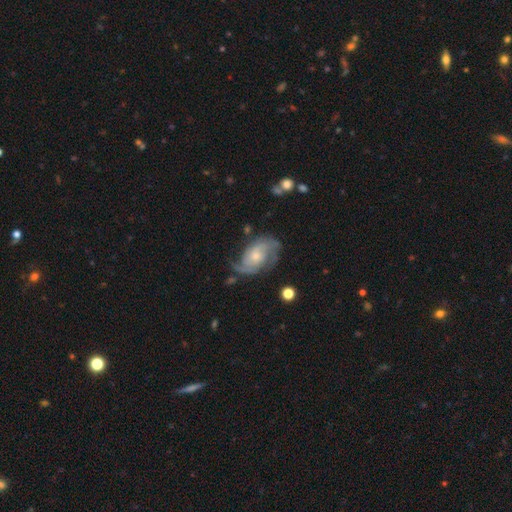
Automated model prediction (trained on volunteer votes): Smooth or featured?
  - featured or disk: 84% *
  - smooth: 10%
  - star or artifact: 6%
Edge-on disk?
  - no: 97% *
  - yes: 3%
Bar?
  - no: 66% *
  - weak: 28%
  - strong: 5%
Spiral arms?
  - yes: 95% *
  - no: 5%
Spiral winding?
  - medium: 46% *
  - tight: 27%
  - loose: 26%
Spiral arm count?
  - 2: 80% *
  - can't tell: 8%
  - 3: 5%
  - 1: 3%
  - 4: 2%
  - more than 4: 2%
Bulge size?
  - small: 54% *
  - moderate: 38%
  - none: 4%
  - large: 4%
  - dominant: 1%
Merging?
  - none: 65% *
  - minor disturbance: 21%
  - major disturbance: 12%
  - merger: 2%